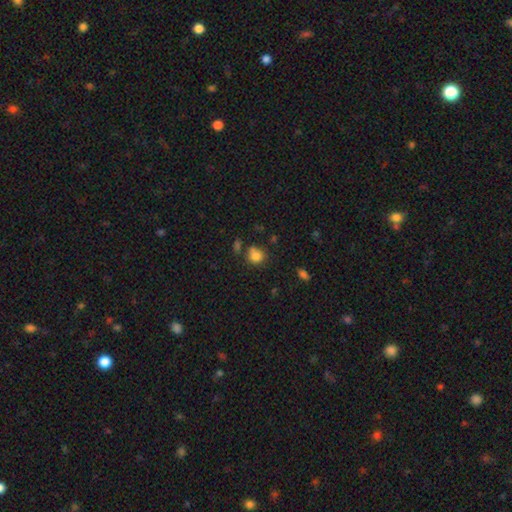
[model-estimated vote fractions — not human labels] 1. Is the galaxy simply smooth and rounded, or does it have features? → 81% smooth, 12% star or artifact, 7% featured or disk.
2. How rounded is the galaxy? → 78% round, 21% in between, 1% cigar-shaped.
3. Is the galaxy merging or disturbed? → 63% none, 17% minor disturbance, 14% merger, 6% major disturbance.